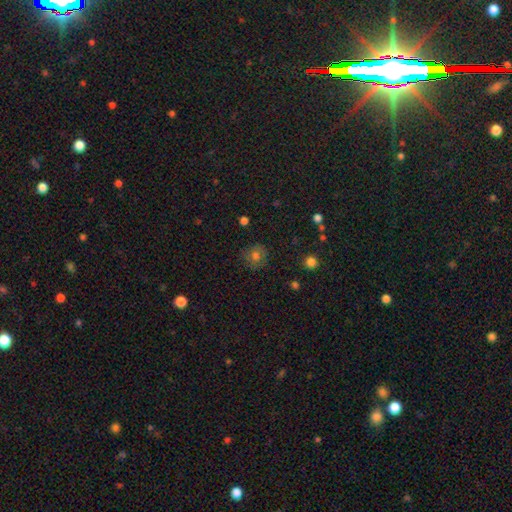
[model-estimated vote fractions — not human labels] A smooth galaxy with no disk features (71%) that is round (88%). Merging: none (83%).